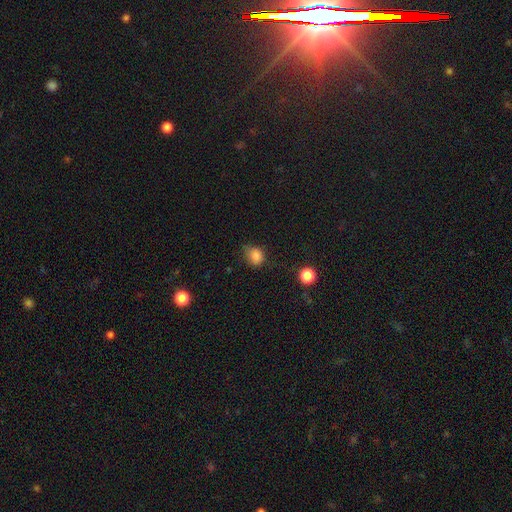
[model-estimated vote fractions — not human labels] Smooth or featured? smooth (83%)
How rounded? round (59%)
Merging? none (55%)